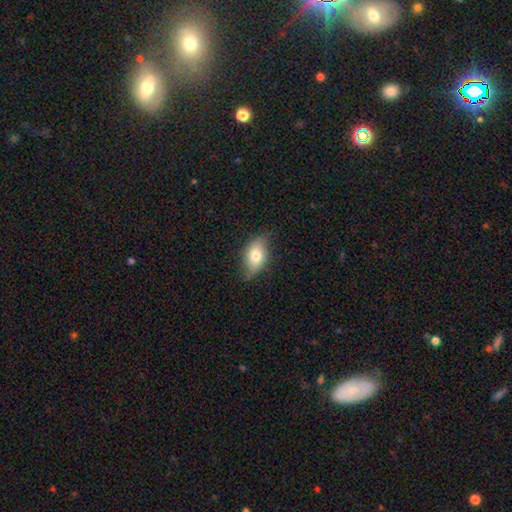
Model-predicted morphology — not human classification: A smooth galaxy with no disk features (70%) that is in between round and cigar-shaped (88%).

Vote fractions:
- Smooth or featured? smooth: 70% / featured or disk: 23% / star or artifact: 8%
- How rounded? in between: 88% / round: 9% / cigar-shaped: 3%
- Merging? none: 68% / minor disturbance: 26% / major disturbance: 5% / merger: 1%